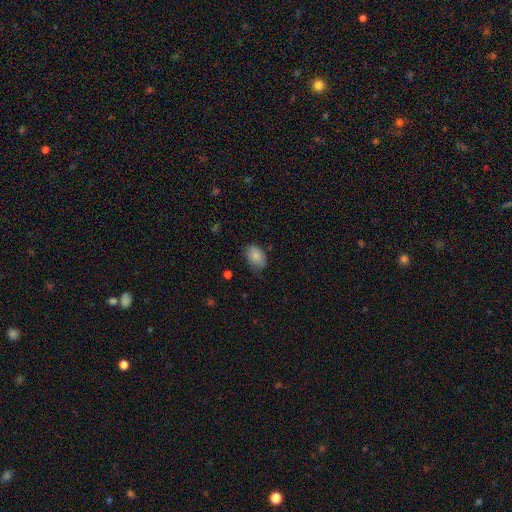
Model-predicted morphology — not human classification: type=smooth (82%); roundness=in between (84%); merging=none (67%).